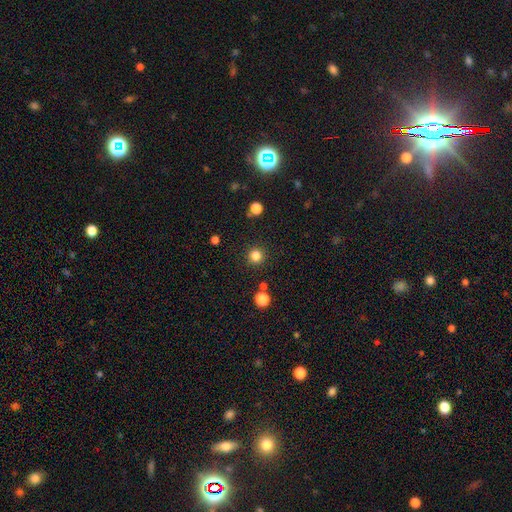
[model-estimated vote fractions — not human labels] A smooth galaxy with no disk features (82%) that is round (95%).

Vote fractions:
- Smooth or featured? smooth: 82% / star or artifact: 14% / featured or disk: 4%
- How rounded? round: 95% / in between: 4% / cigar-shaped: 1%
- Merging? none: 90% / minor disturbance: 6% / major disturbance: 2% / merger: 2%